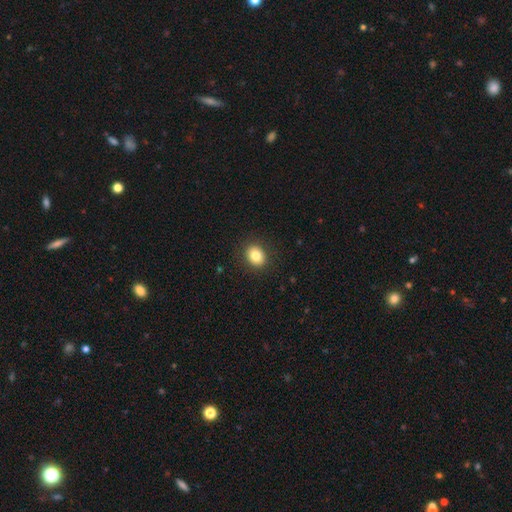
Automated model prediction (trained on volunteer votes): Q: Smooth or featured?
A: smooth (82%); runner-up: star or artifact (10%)
Q: How rounded?
A: round (55%); runner-up: in between (44%)
Q: Merging?
A: none (89%); runner-up: minor disturbance (8%)